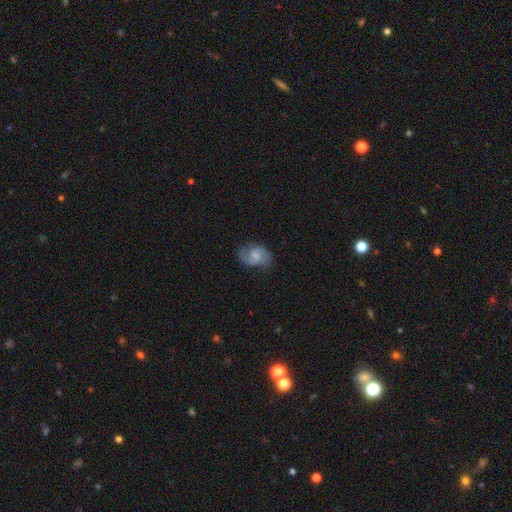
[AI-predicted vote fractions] A featured or disk galaxy (70%) with no bar (48%), 2 (88%) medium (48%) spiral arms (93%) and a small central bulge (34%).

Vote fractions:
- Smooth or featured? featured or disk: 70% / smooth: 23% / star or artifact: 7%
- Edge-on disk? no: 98% / yes: 2%
- Bar? no: 48% / weak: 46% / strong: 6%
- Spiral arms? yes: 93% / no: 7%
- Spiral winding? medium: 48% / loose: 37% / tight: 15%
- Spiral arm count? 2: 88% / can't tell: 6% / 1: 3% / 3: 1% / 4: 1% / more than 4: 1%
- Bulge size? small: 34% / moderate: 32% / none: 26% / large: 7% / dominant: 1%
- Merging? none: 70% / minor disturbance: 20% / major disturbance: 9% / merger: 1%